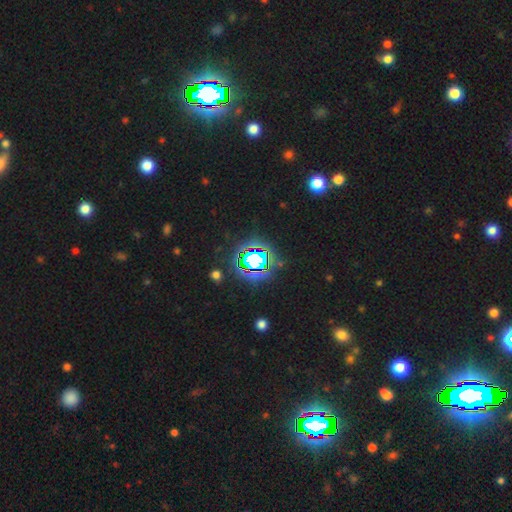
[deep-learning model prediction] The model was most divided on "smooth or featured": star or artifact: 70%, smooth: 17%, featured or disk: 13%.